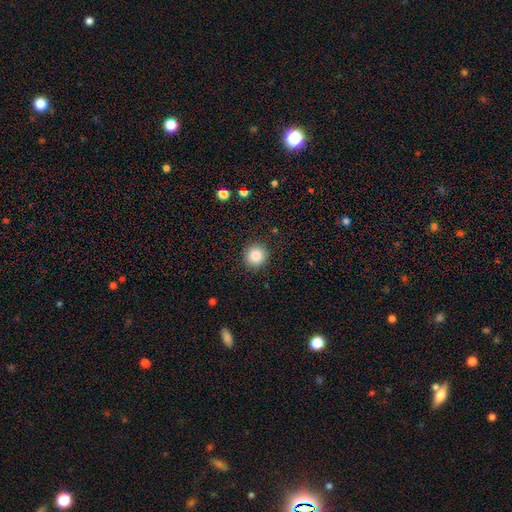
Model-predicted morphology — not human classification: This appears to be a smooth galaxy with no disk features (86%) that is round (93%). Merging: none (91%).